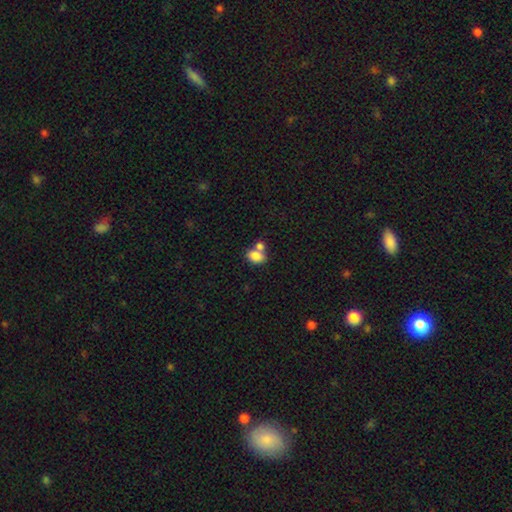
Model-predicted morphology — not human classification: Q: Smooth or featured?
A: smooth (82%); runner-up: featured or disk (9%)
Q: How rounded?
A: in between (77%); runner-up: round (22%)
Q: Merging?
A: merger (46%); runner-up: none (40%)